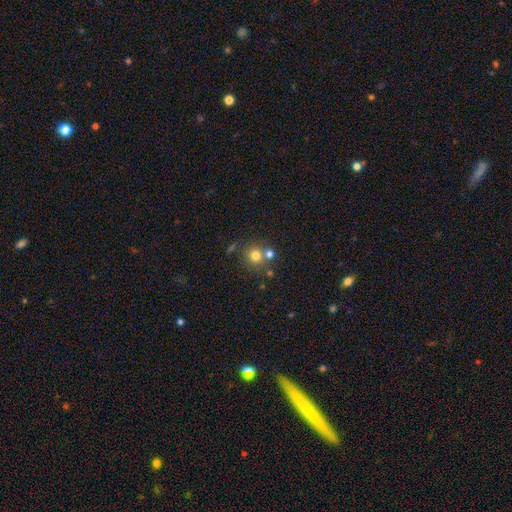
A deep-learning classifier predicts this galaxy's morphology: A smooth galaxy with no disk features (74%) that is round (88%).

Vote fractions:
- Smooth or featured? smooth: 74% / star or artifact: 14% / featured or disk: 12%
- How rounded? round: 88% / in between: 11% / cigar-shaped: 1%
- Merging? none: 61% / merger: 27% / minor disturbance: 9% / major disturbance: 4%